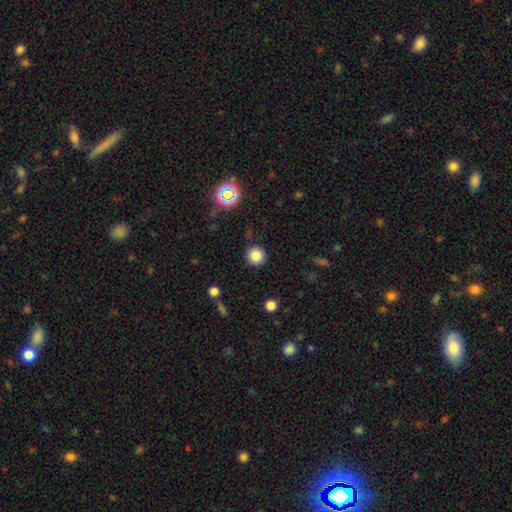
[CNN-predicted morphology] Smooth or featured: smooth — 82% (star or artifact — 13%)
How rounded: round — 94% (in between — 5%)
Merging: none — 89% (minor disturbance — 7%)